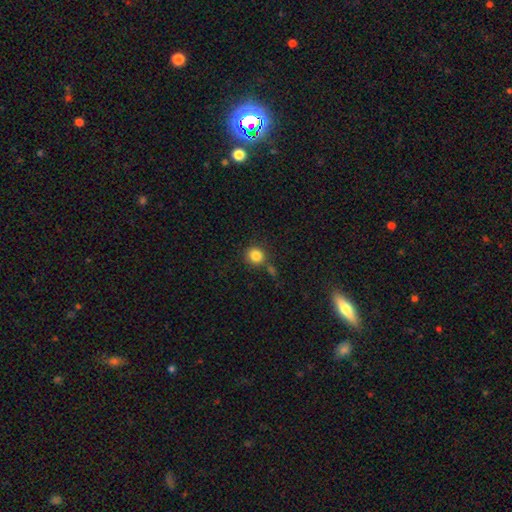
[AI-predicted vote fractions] A smooth galaxy with no disk features (84%) that is round (89%). Merging: none (77%).